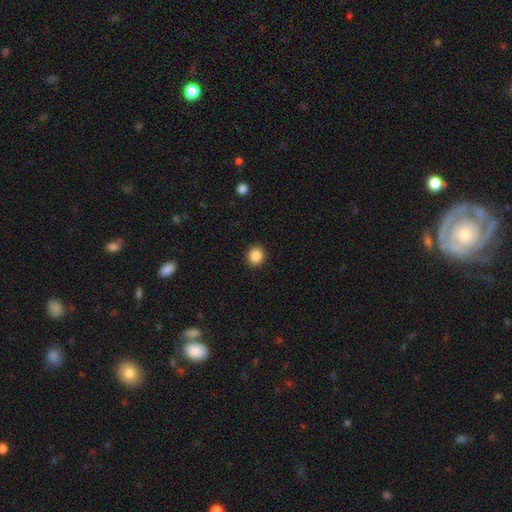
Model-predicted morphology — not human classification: Smooth or featured: smooth — 87% (star or artifact — 10%)
How rounded: round — 87% (in between — 12%)
Merging: none — 92% (minor disturbance — 5%)